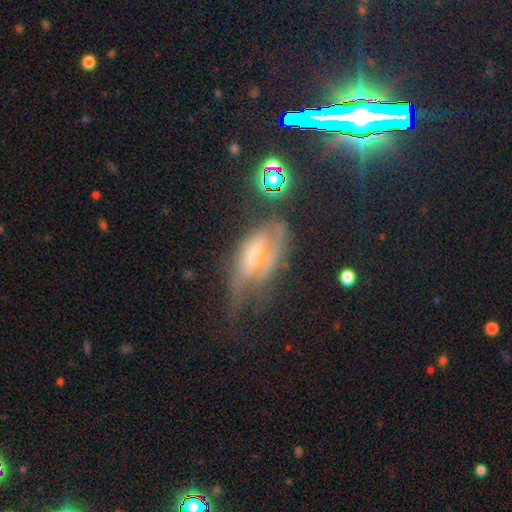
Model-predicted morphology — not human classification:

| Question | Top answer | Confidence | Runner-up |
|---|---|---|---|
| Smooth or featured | featured or disk | 62% | smooth (24%) |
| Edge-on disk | no | 73% | yes (27%) |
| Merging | none | 34% | major disturbance (33%) |